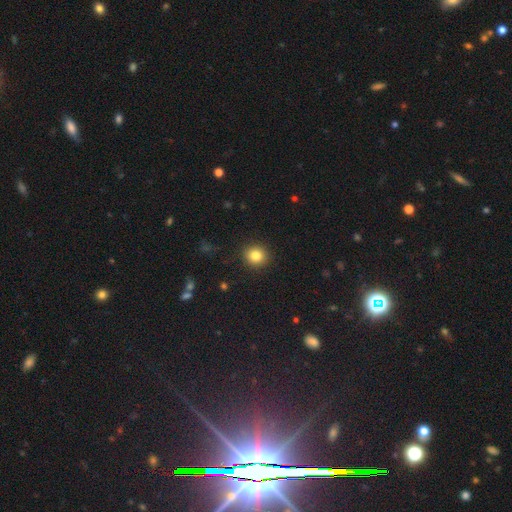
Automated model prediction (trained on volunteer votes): smooth 82%, star or artifact 11%, featured or disk 7%. Down the decision tree: how rounded — round (89%); merging — none (91%).